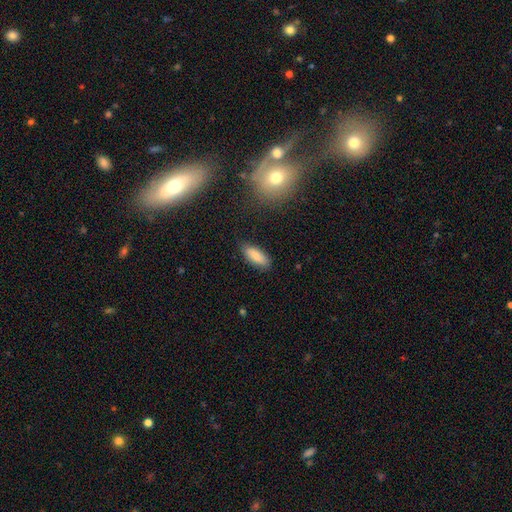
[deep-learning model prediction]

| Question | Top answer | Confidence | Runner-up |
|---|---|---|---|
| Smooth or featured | smooth | 85% | featured or disk (8%) |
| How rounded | in between | 77% | cigar-shaped (21%) |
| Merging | none | 83% | minor disturbance (13%) |